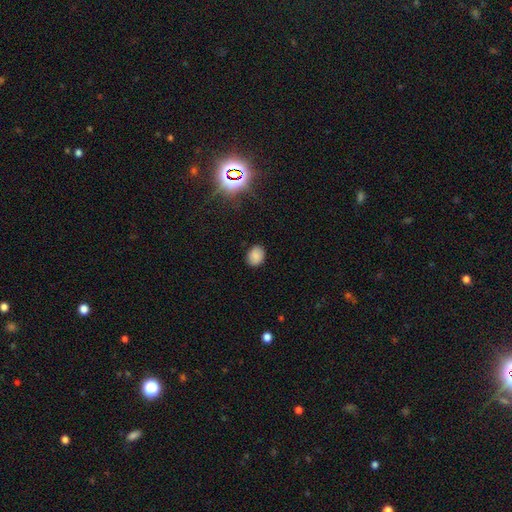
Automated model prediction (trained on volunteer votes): Overall: smooth (83%). How rounded: in between (56%; round 43%). Merging: none (86%).